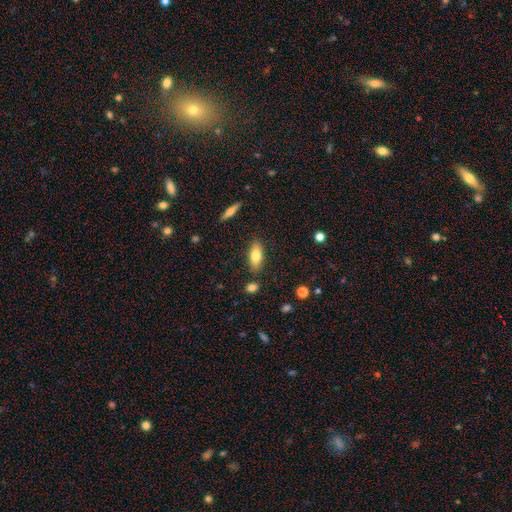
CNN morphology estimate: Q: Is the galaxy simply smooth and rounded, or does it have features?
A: smooth — 75%.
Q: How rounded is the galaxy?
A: in between — 78%.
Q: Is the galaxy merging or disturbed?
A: none — 83%.